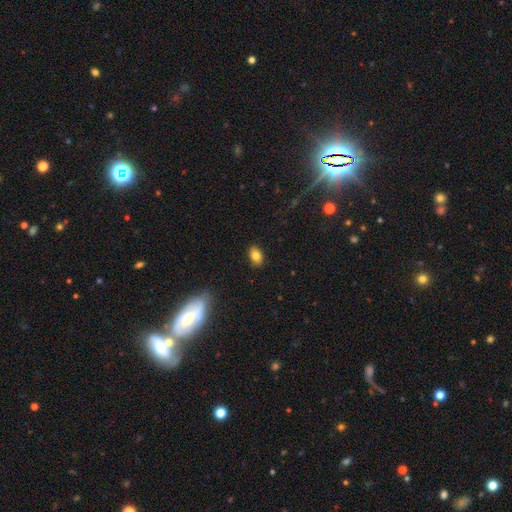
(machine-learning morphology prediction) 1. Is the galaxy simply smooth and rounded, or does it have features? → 80% smooth, 10% featured or disk, 10% star or artifact.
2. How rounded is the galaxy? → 86% in between, 12% round, 2% cigar-shaped.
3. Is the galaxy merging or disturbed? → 86% none, 10% minor disturbance, 2% major disturbance, 1% merger.